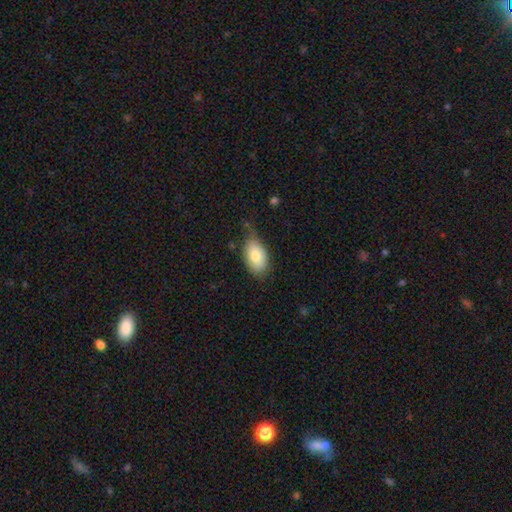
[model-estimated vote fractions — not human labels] Morphology: type=smooth (82%); roundness=in between (93%); merging=none (56%).